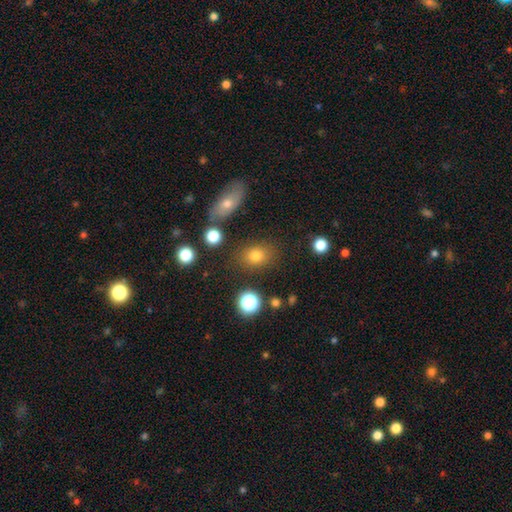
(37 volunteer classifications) This is clearly a smooth galaxy (81%). How rounded: likely in between (67%). Merging: clearly none (86%).